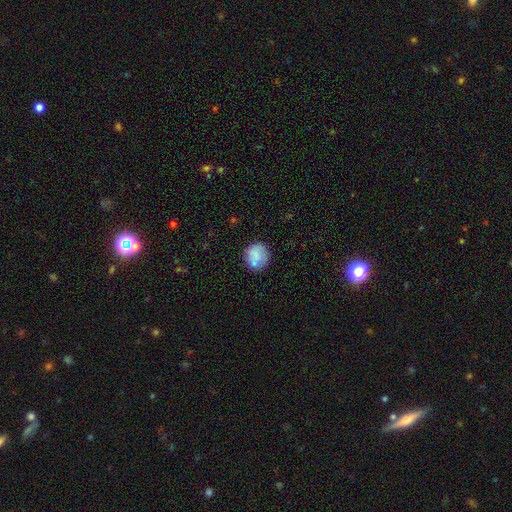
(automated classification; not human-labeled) smooth-or-featured: smooth: 81% | featured or disk: 11% | star or artifact: 8%
  how-rounded: round: 81% | in between: 18% | cigar-shaped: 1%
  merging: none: 71% | minor disturbance: 18% | merger: 7% | major disturbance: 5%